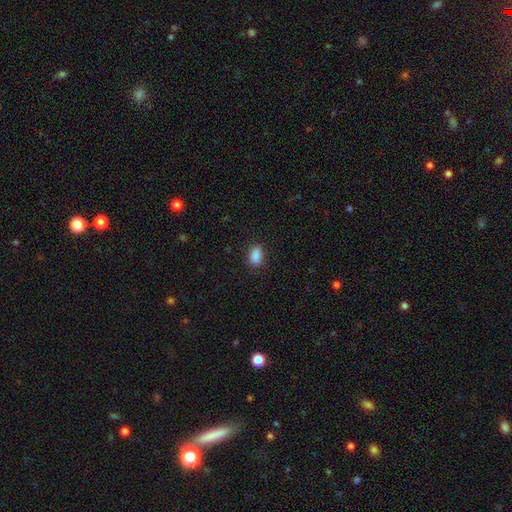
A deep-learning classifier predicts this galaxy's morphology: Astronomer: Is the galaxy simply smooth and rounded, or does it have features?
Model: smooth — 89%.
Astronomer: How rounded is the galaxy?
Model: in between — 87%.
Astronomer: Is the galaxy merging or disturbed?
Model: none — 87%.